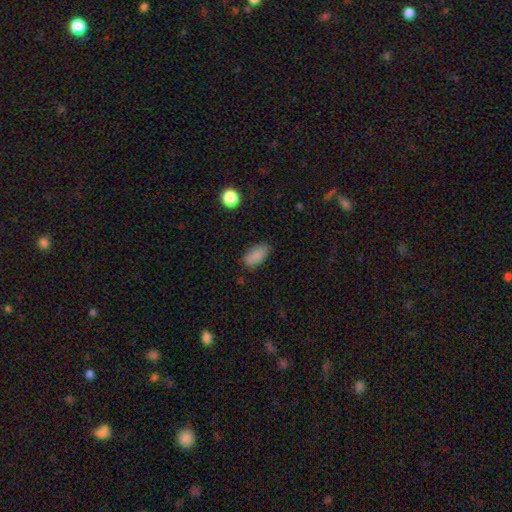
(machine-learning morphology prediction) The model was most divided on "merging": none: 79%, minor disturbance: 16%, major disturbance: 3%, merger: 2%. More confident: how rounded — in between (92%); smooth or featured — smooth (87%).